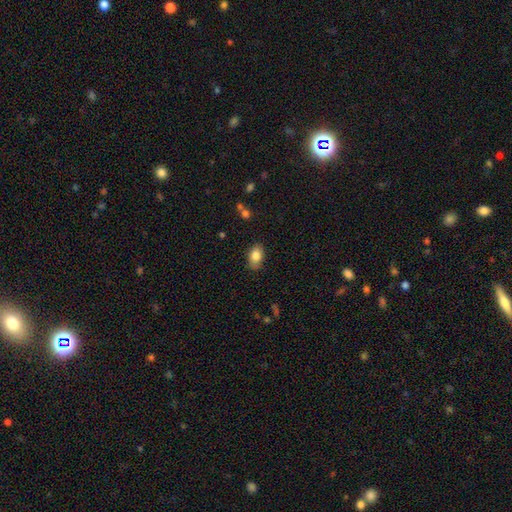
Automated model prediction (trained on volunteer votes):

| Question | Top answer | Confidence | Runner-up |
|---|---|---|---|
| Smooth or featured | smooth | 84% | featured or disk (9%) |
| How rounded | in between | 89% | round (9%) |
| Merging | none | 82% | minor disturbance (14%) |